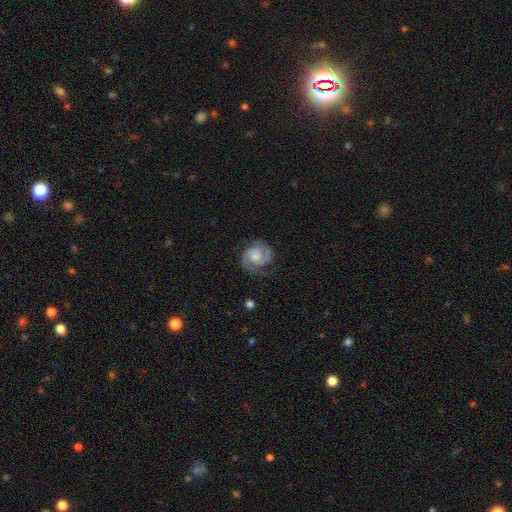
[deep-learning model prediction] Smooth or featured? featured or disk (85%)
Edge-on disk? no (98%)
Bar? no (64%)
Spiral arms? yes (98%)
Spiral winding? tight (49%)
Spiral arm count? 2 (91%)
Bulge size? small (40%)
Merging? none (80%)